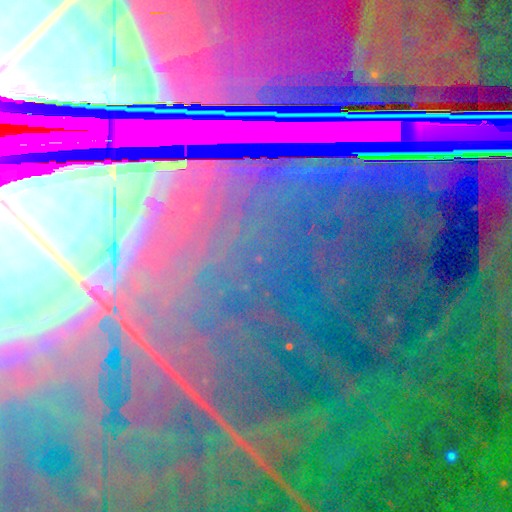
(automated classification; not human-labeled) This is clearly a star or artifact rather than a galaxy (87%).